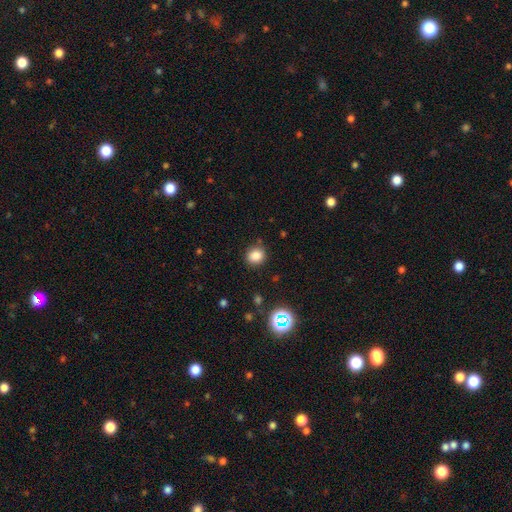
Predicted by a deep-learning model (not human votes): smooth 82%, star or artifact 13%, featured or disk 5%. Down the decision tree: how rounded — round (78%); merging — none (86%).